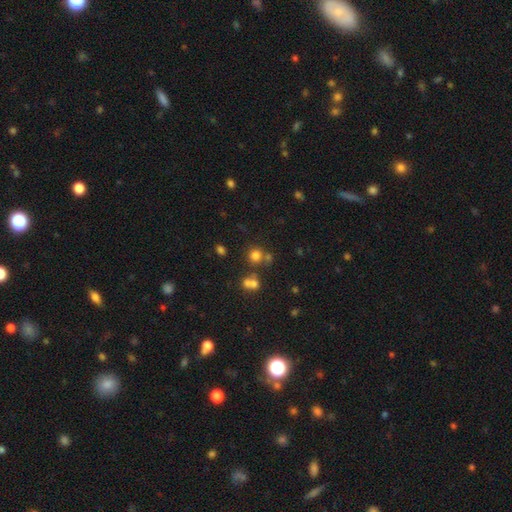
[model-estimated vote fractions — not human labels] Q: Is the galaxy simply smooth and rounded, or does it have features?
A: smooth — 73%.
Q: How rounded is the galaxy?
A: round — 87%.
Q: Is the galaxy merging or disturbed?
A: none — 64%.